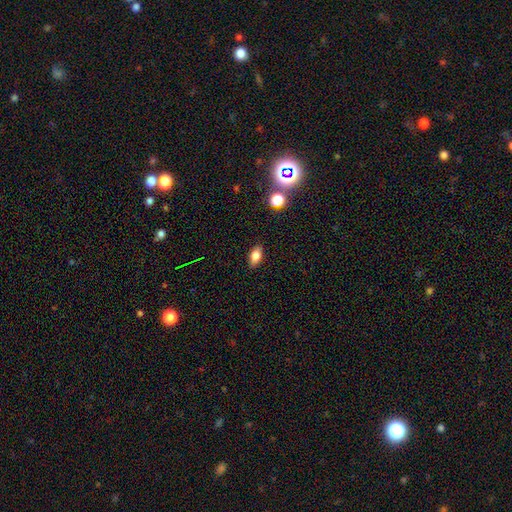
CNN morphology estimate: Q: Smooth or featured?
A: smooth (76%); runner-up: featured or disk (14%)
Q: How rounded?
A: in between (85%); runner-up: cigar-shaped (8%)
Q: Merging?
A: none (87%); runner-up: minor disturbance (10%)